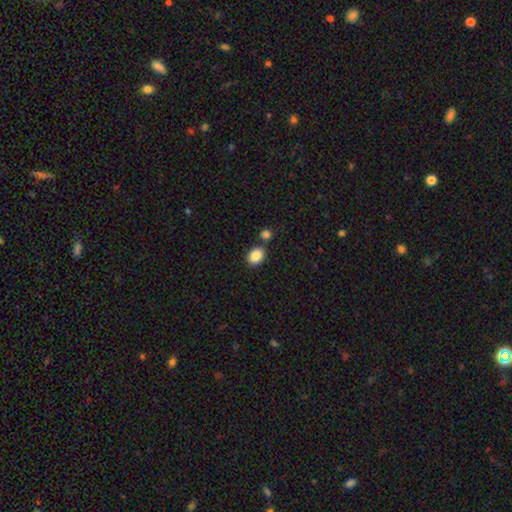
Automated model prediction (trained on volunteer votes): A smooth galaxy with no disk features (88%) that is in between round and cigar-shaped (65%).

Vote fractions:
- Smooth or featured? smooth: 88% / star or artifact: 8% / featured or disk: 4%
- How rounded? in between: 65% / round: 34% / cigar-shaped: 1%
- Merging? none: 74% / merger: 14% / minor disturbance: 9% / major disturbance: 3%